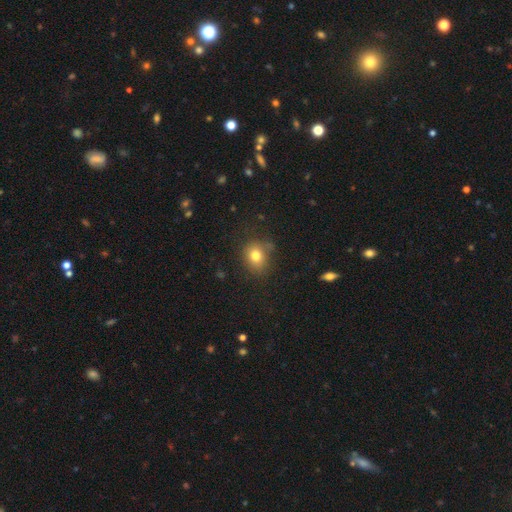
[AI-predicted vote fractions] Smooth or featured?
  - smooth: 77% *
  - star or artifact: 13%
  - featured or disk: 9%
How rounded?
  - round: 63% *
  - in between: 36%
  - cigar-shaped: 1%
Merging?
  - none: 73% *
  - minor disturbance: 18%
  - major disturbance: 6%
  - merger: 3%